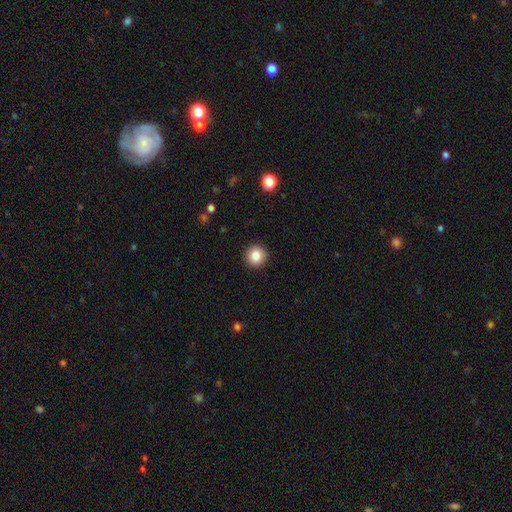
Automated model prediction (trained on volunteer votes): This appears to be a smooth galaxy with no disk features (85%) that is round (92%). Merging: none (92%).